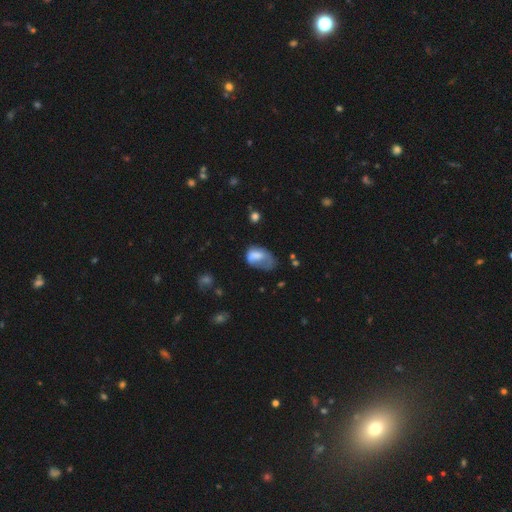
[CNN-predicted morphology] Smooth or featured?
  - smooth: 65% *
  - featured or disk: 26%
  - star or artifact: 9%
How rounded?
  - in between: 85% *
  - round: 14%
  - cigar-shaped: 2%
Merging?
  - major disturbance: 43% *
  - minor disturbance: 30%
  - none: 24%
  - merger: 4%